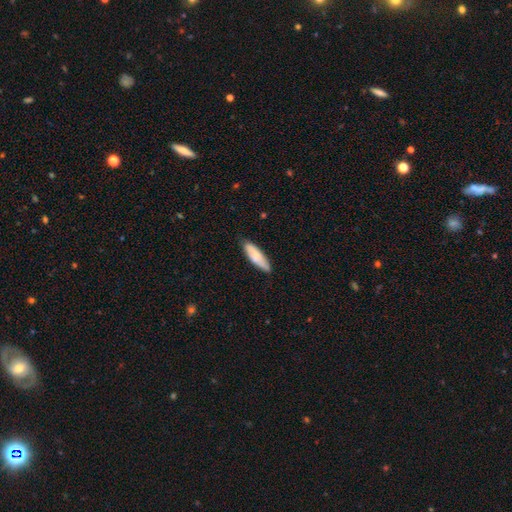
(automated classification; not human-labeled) A smooth galaxy with no disk features (74%) that is in between round and cigar-shaped (51%). Merging: none (78%).